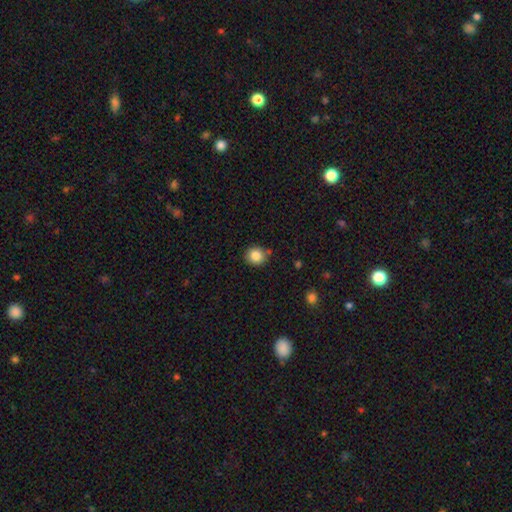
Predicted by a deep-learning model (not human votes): smooth_or_featured: smooth (p=0.85) [alt: star or artifact p=0.09]
how_rounded: round (p=0.84) [alt: in between p=0.15]
merging: none (p=0.82) [alt: minor disturbance p=0.12]